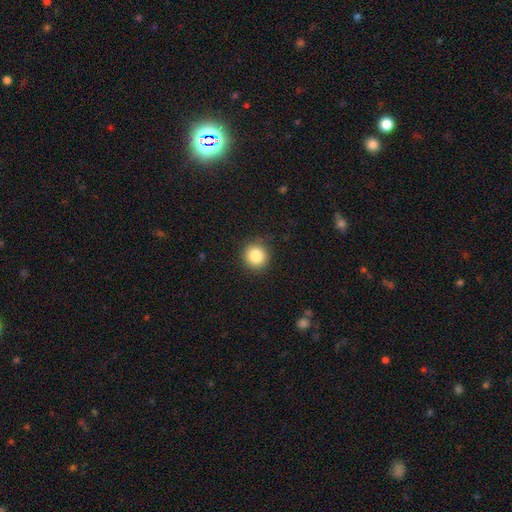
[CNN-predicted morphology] Smooth or featured?
  - smooth: 85% *
  - star or artifact: 10%
  - featured or disk: 5%
How rounded?
  - round: 92% *
  - in between: 8%
  - cigar-shaped: 1%
Merging?
  - none: 89% *
  - minor disturbance: 8%
  - major disturbance: 2%
  - merger: 1%